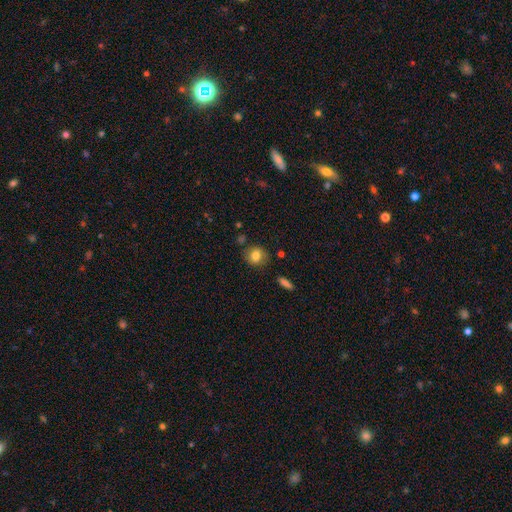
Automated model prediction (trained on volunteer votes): A smooth galaxy with no disk features (80%) that is round (81%).

Vote fractions:
- Smooth or featured? smooth: 80% / featured or disk: 10% / star or artifact: 10%
- How rounded? round: 81% / in between: 17% / cigar-shaped: 1%
- Merging? none: 81% / minor disturbance: 13% / merger: 3% / major disturbance: 3%